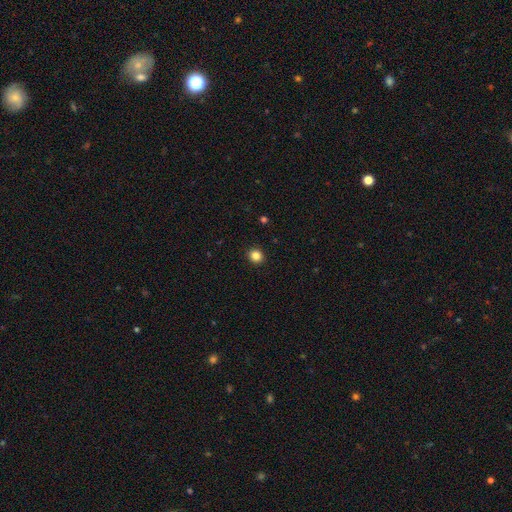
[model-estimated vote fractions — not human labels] This appears to be a smooth galaxy with no disk features (85%) that is round (86%). Merging: none (93%).